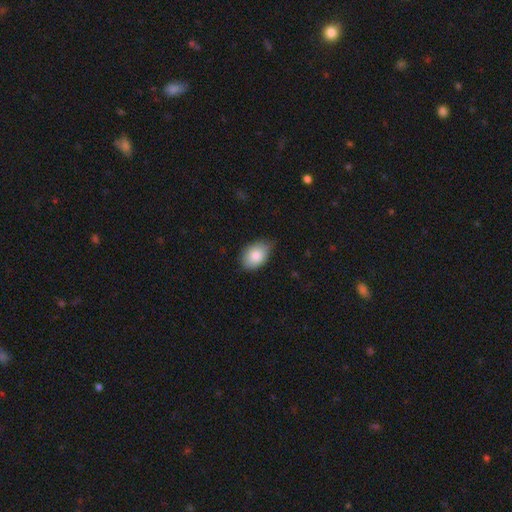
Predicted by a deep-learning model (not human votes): Smooth or featured? Predicted: smooth (p=0.85). How rounded? Predicted: in between (p=0.79). Merging? Predicted: none (p=0.65).